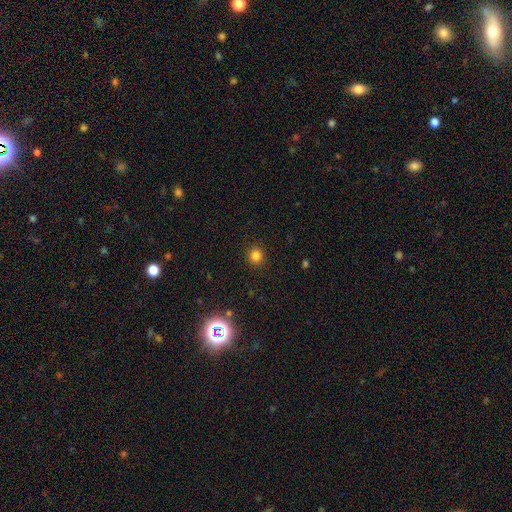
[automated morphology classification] Smooth or featured?
  - smooth: 80% *
  - star or artifact: 15%
  - featured or disk: 5%
How rounded?
  - round: 93% *
  - in between: 6%
  - cigar-shaped: 1%
Merging?
  - none: 91% *
  - minor disturbance: 5%
  - major disturbance: 2%
  - merger: 1%